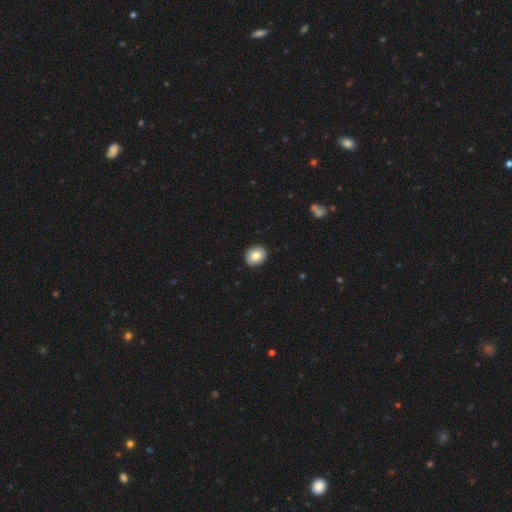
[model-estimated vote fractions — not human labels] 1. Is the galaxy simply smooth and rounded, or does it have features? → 81% smooth, 11% featured or disk, 8% star or artifact.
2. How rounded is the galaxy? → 59% round, 41% in between, 1% cigar-shaped.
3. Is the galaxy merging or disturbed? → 91% none, 7% minor disturbance, 2% major disturbance, 1% merger.